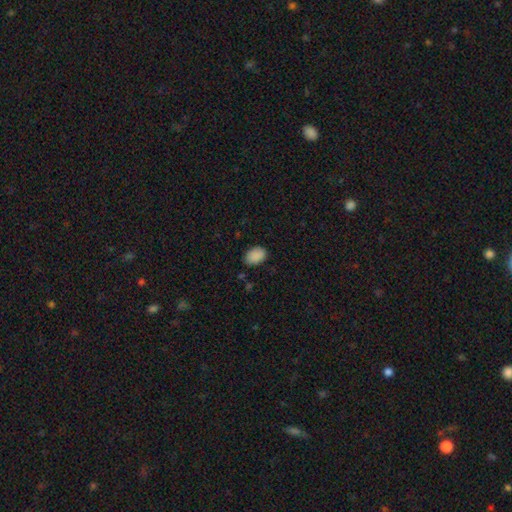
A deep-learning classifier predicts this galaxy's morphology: Overall: smooth (89%). How rounded: in between (84%). Merging: none (83%).